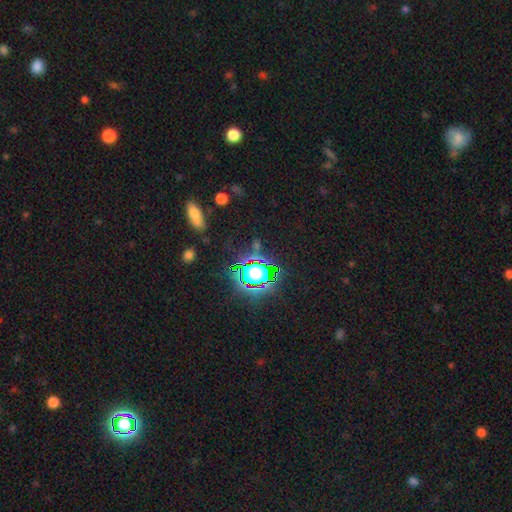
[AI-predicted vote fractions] Morphology: type=star or artifact (76%).